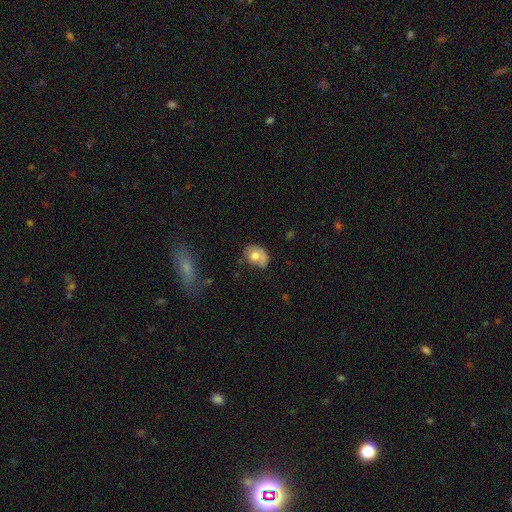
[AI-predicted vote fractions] smooth 67%, featured or disk 25%, star or artifact 8%. Down the decision tree: how rounded — in between (66%); merging — none (44%).